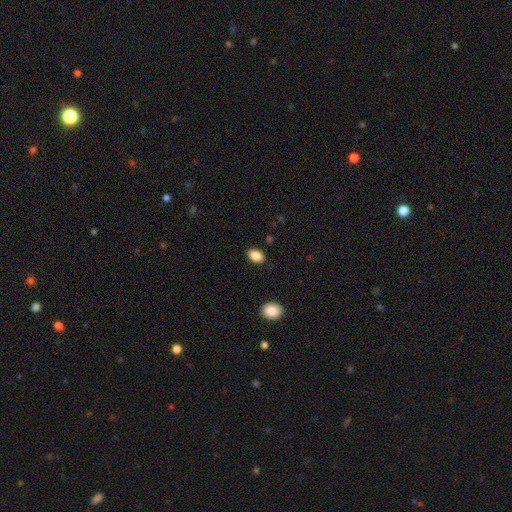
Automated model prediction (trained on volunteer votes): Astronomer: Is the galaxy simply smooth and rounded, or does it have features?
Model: smooth — 86%.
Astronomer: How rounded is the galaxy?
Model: in between — 82%.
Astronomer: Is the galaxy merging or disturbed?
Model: none — 86%.